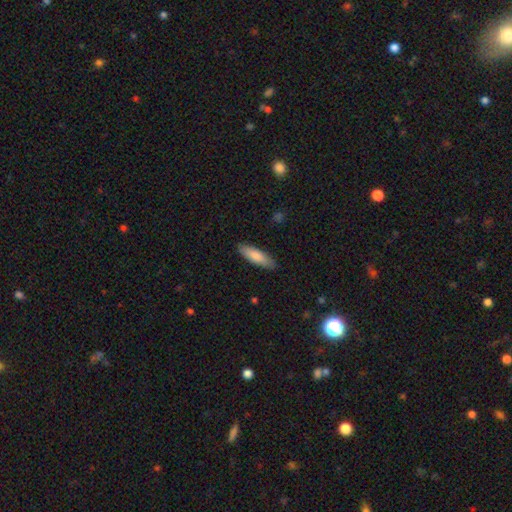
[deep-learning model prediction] This appears to be a smooth galaxy with no disk features (82%) that is cigar-shaped (54%). Merging: none (88%).